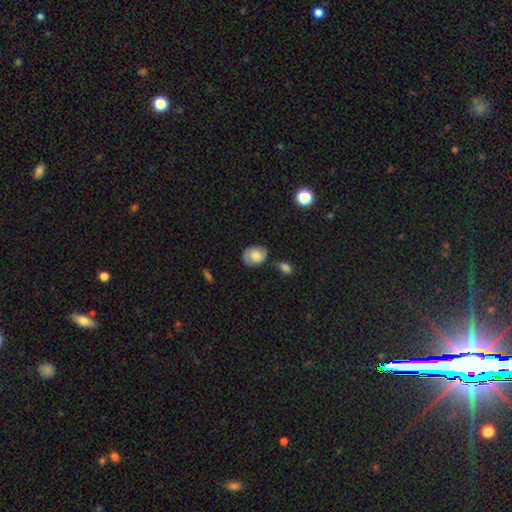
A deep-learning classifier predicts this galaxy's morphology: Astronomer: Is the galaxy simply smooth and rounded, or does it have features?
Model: featured or disk — 48% (runner-up: smooth, 43%).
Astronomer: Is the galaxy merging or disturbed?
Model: none — 66%.